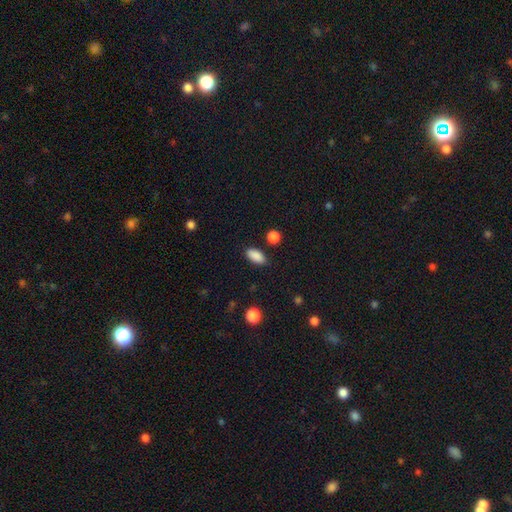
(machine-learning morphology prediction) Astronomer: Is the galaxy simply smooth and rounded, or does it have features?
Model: smooth — 89%.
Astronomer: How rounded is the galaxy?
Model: in between — 90%.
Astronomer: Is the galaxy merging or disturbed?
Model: none — 85%.